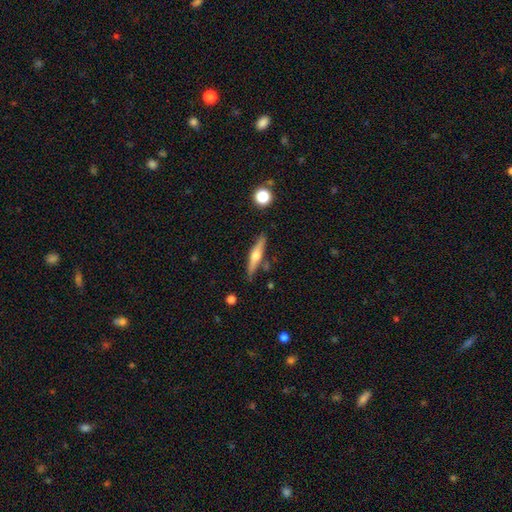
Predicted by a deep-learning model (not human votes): Smooth or featured? Predicted: featured or disk (p=0.58). Edge-on disk? Predicted: yes (p=0.95). Edge-on bulge? Predicted: rounded (p=0.90). Merging? Predicted: none (p=0.81).